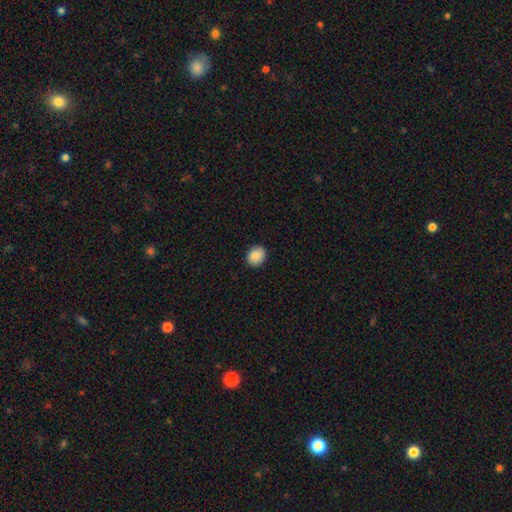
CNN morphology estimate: A smooth galaxy with no disk features (88%) that is round (66%).

Vote fractions:
- Smooth or featured? smooth: 88% / star or artifact: 7% / featured or disk: 4%
- How rounded? round: 66% / in between: 33% / cigar-shaped: 1%
- Merging? none: 89% / minor disturbance: 8% / major disturbance: 2% / merger: 1%